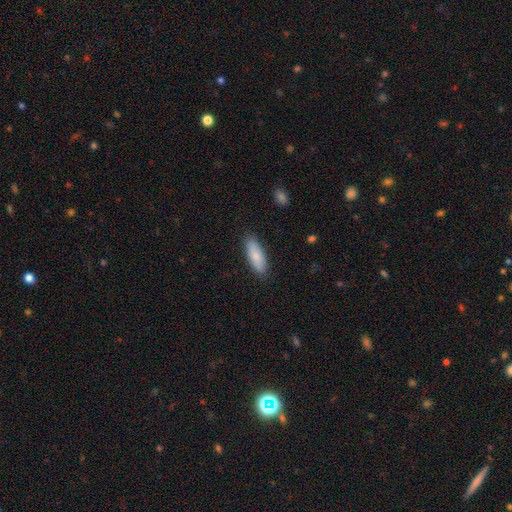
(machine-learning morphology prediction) This is clearly a smooth galaxy (85%). How rounded: likely in between (61%). Merging: clearly none (87%).